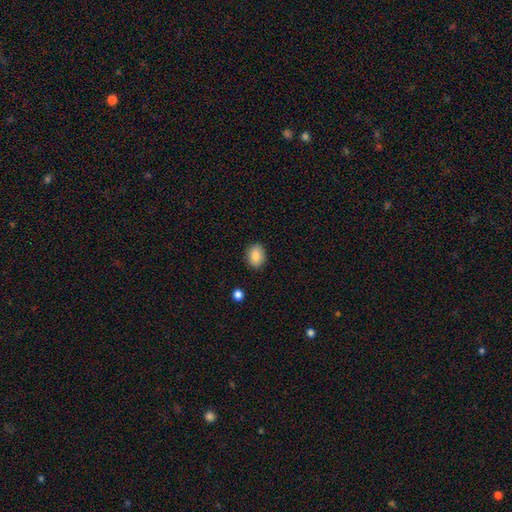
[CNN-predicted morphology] Q: Smooth or featured?
A: smooth (86%); runner-up: star or artifact (8%)
Q: How rounded?
A: in between (61%); runner-up: round (38%)
Q: Merging?
A: none (88%); runner-up: minor disturbance (8%)